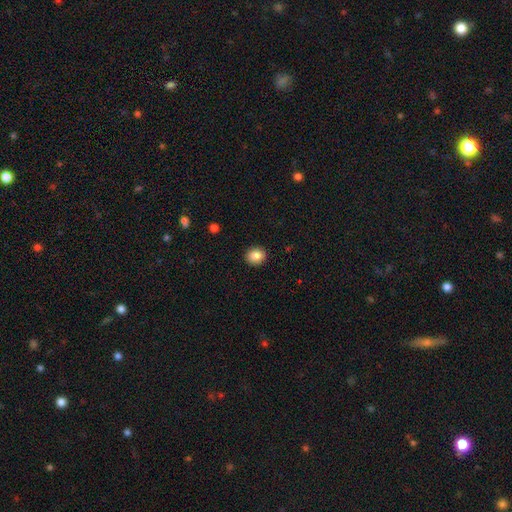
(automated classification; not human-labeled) Smooth or featured: smooth — 86% (star or artifact — 9%)
How rounded: round — 77% (in between — 22%)
Merging: none — 92% (minor disturbance — 6%)